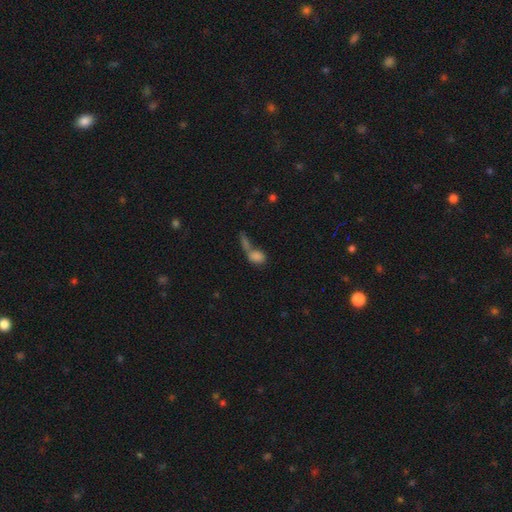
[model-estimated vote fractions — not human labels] smooth-or-featured: smooth: 77% | star or artifact: 12% | featured or disk: 11%
  how-rounded: in between: 71% | round: 24% | cigar-shaped: 5%
  merging: merger: 57% | none: 26% | minor disturbance: 9% | major disturbance: 8%